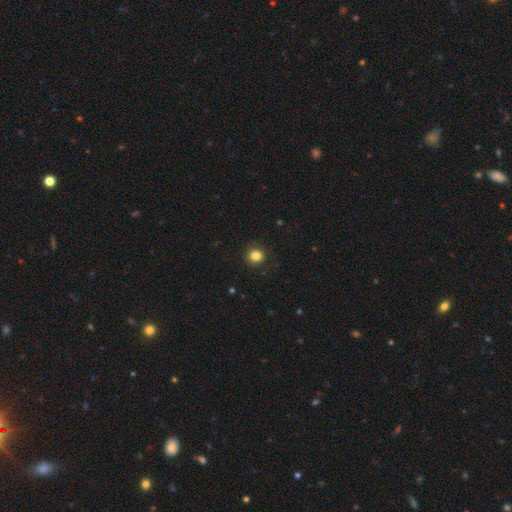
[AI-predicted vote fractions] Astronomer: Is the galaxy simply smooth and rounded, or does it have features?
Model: smooth — 84%.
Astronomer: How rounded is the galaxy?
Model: round — 87%.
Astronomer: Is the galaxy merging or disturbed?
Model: none — 88%.